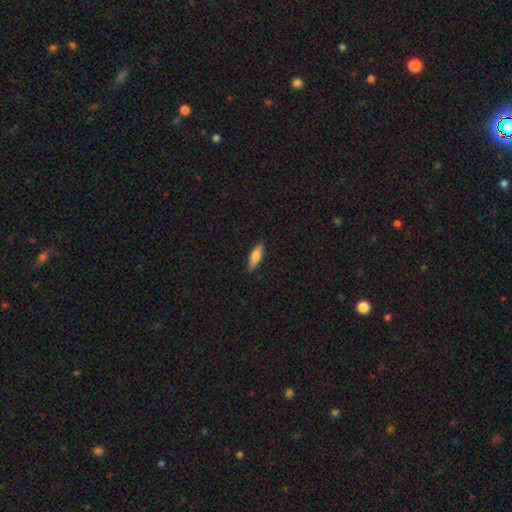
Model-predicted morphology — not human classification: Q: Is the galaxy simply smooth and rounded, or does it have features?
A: smooth — 79%.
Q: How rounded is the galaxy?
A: in between — 49%, tied with cigar-shaped.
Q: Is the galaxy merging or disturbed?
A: none — 86%.